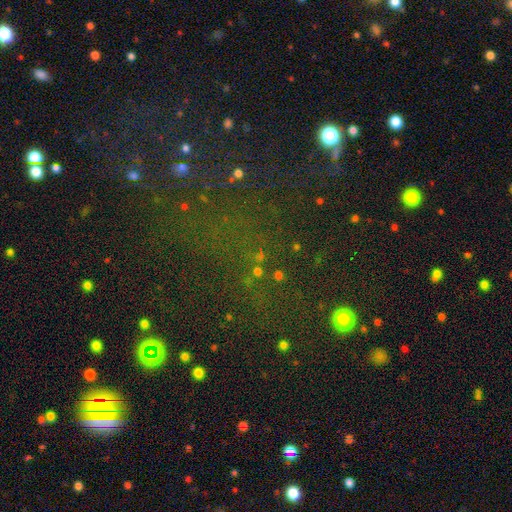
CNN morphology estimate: smooth_or_featured: star or artifact (p=0.64) [alt: smooth p=0.24]